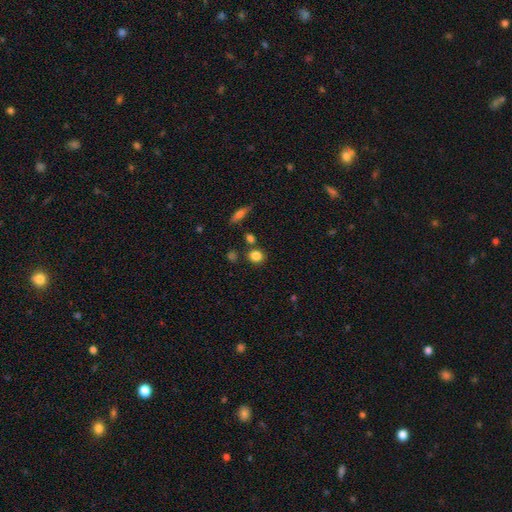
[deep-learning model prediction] The model was most divided on "how rounded": round: 72%, in between: 26%, cigar-shaped: 2%. More confident: smooth or featured — smooth (84%); merging — none (77%).